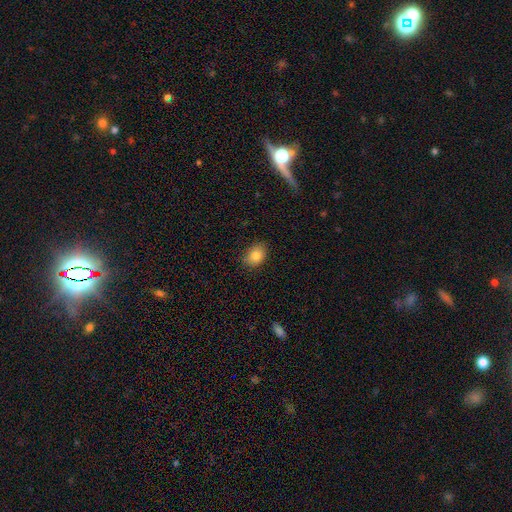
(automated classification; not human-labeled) A smooth galaxy with no disk features (83%) that is in between round and cigar-shaped (63%). Merging: none (81%).